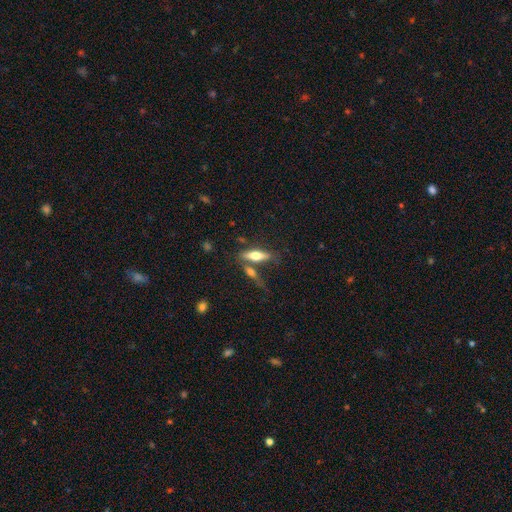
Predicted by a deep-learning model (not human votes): This is possibly a smooth galaxy (57%). How rounded: possibly cigar-shaped (55%). Merging: possibly none (57%).